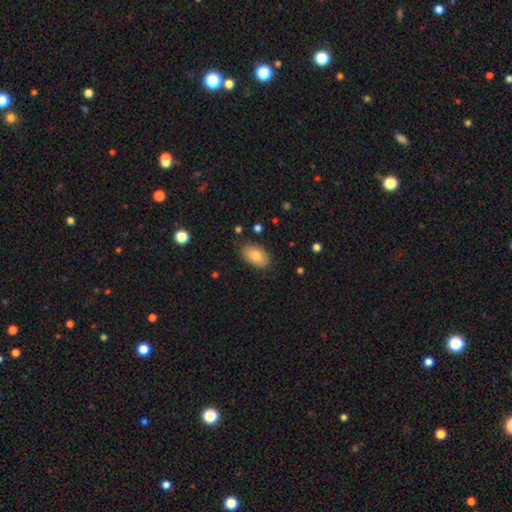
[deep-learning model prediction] This appears to be a smooth galaxy with no disk features (84%) that is in between round and cigar-shaped (93%). Merging: none (82%).